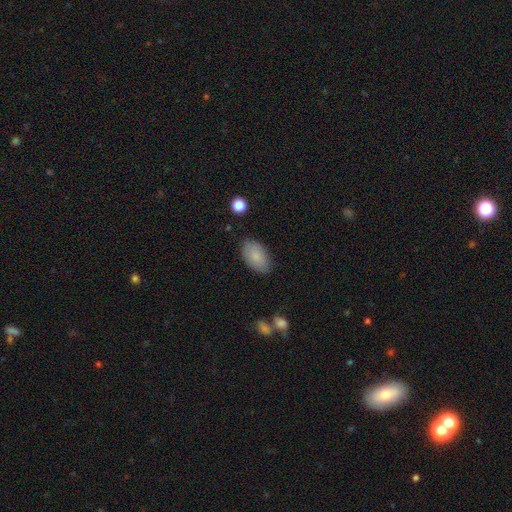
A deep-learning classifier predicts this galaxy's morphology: Overall: smooth (85%). How rounded: in between (94%). Merging: none (81%).